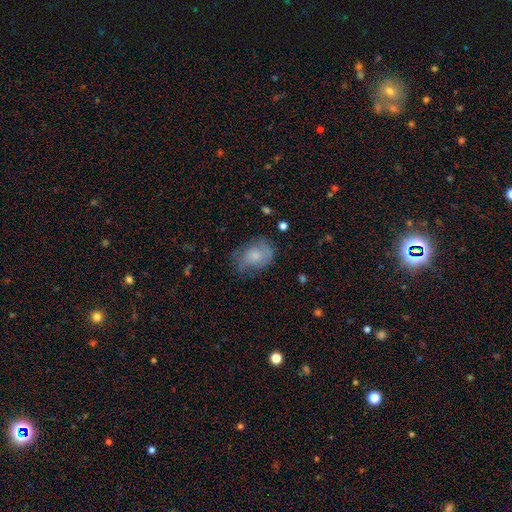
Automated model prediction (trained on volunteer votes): A smooth galaxy with no disk features (59%) that is in between round and cigar-shaped (70%). Merging: none (55%).